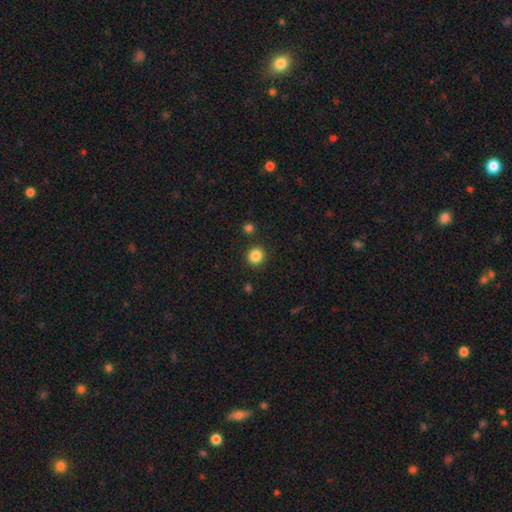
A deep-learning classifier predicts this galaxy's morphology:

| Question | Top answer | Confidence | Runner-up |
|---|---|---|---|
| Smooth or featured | smooth | 85% | star or artifact (11%) |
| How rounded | round | 91% | in between (8%) |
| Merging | none | 89% | minor disturbance (6%) |